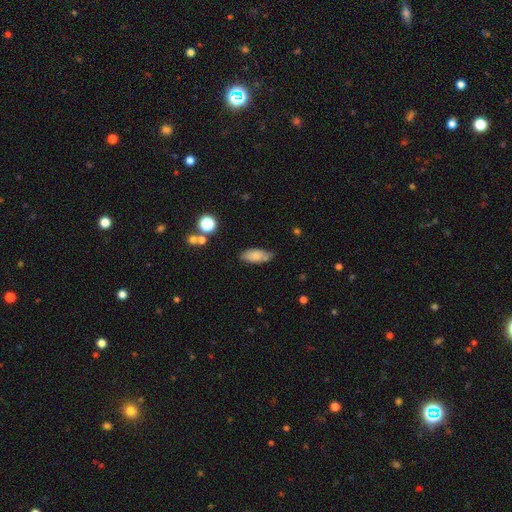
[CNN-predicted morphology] This is likely a smooth galaxy (78%). How rounded: clearly in between (82%). Merging: likely none (68%).